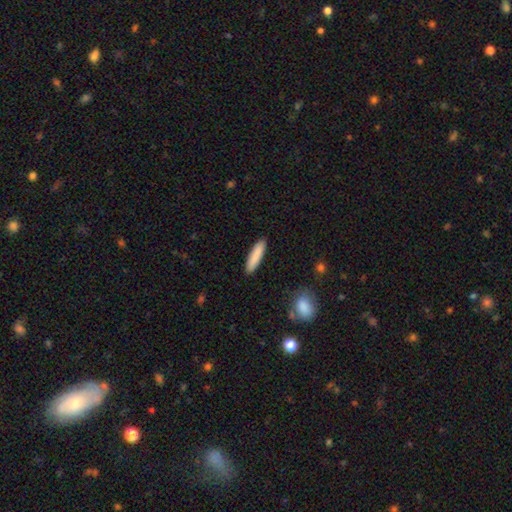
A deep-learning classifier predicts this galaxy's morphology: Smooth or featured: smooth — 87% (featured or disk — 8%)
How rounded: cigar-shaped — 77% (in between — 22%)
Merging: none — 90% (minor disturbance — 7%)